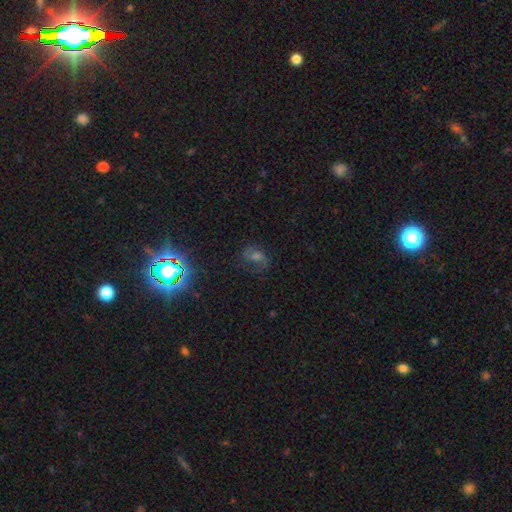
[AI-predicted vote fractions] Overall: featured or disk (38%; star or artifact 35%). Merging: none (61%).